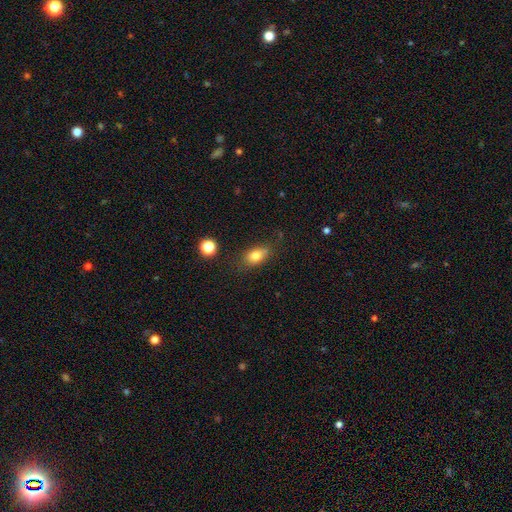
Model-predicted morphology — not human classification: Overall: smooth (80%). How rounded: in between (79%). Merging: none (72%).